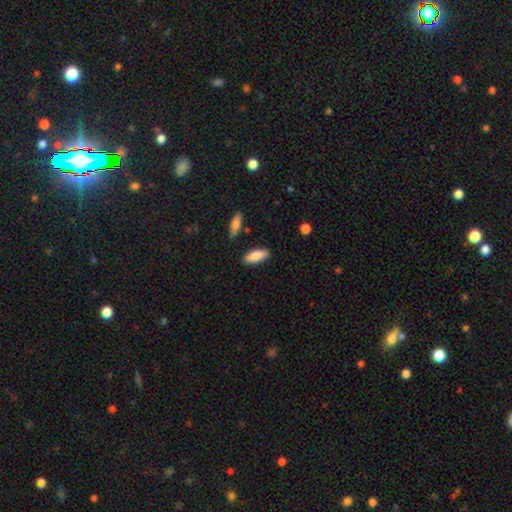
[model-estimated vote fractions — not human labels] smooth 87%, featured or disk 8%, star or artifact 6%. Down the decision tree: how rounded — in between (76%); merging — none (84%).